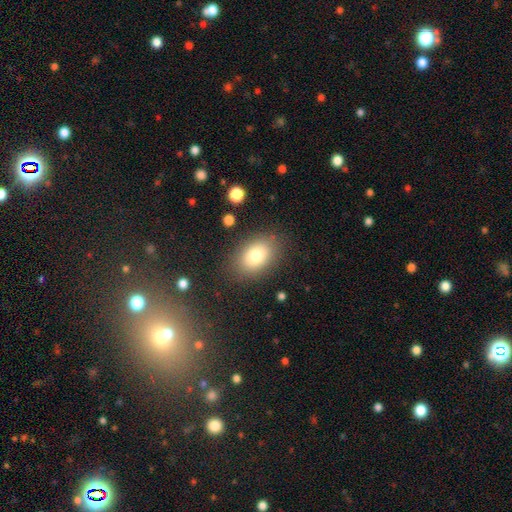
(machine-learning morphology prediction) A smooth galaxy with no disk features (76%) that is in between round and cigar-shaped (77%). Merging: none (81%).